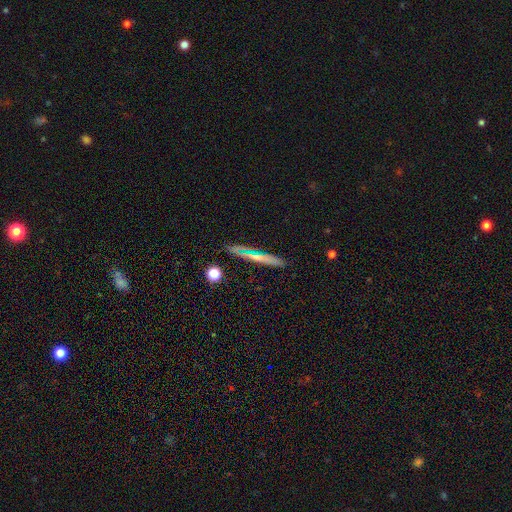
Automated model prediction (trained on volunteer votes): Smooth or featured: featured or disk — 49% (smooth — 40%)
Merging: none — 85% (minor disturbance — 10%)